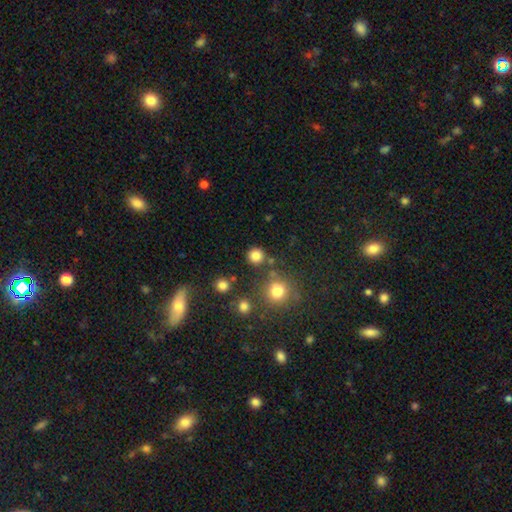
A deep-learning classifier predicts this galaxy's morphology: This appears to be a smooth galaxy with no disk features (82%) that is round (93%). Merging: none (84%).